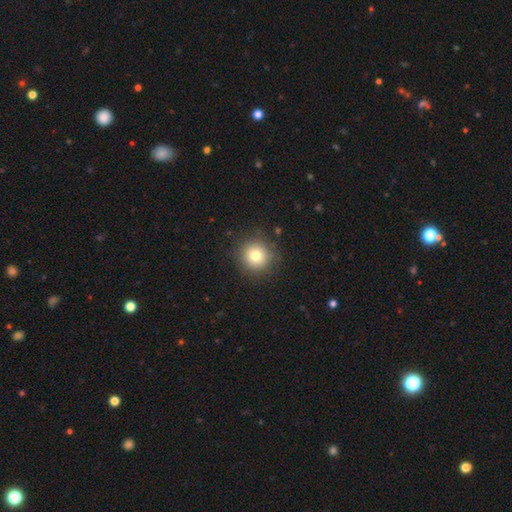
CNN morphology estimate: Smooth or featured: smooth — 80% (star or artifact — 11%)
How rounded: round — 93% (in between — 6%)
Merging: none — 88% (minor disturbance — 8%)